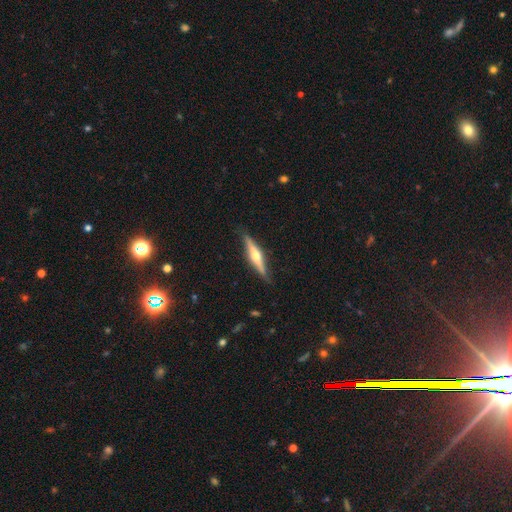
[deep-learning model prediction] This is likely a featured or disk galaxy (70%). It is clearly viewed edge-on (97%). Edge-on bulge: clearly rounded (92%). Merging: clearly none (86%).